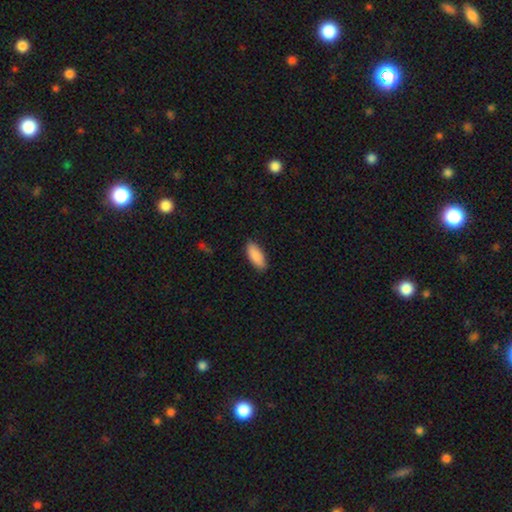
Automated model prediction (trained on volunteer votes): The model was most divided on "how rounded": in between: 81%, cigar-shaped: 17%, round: 2%. More confident: smooth or featured — smooth (90%); merging — none (87%).